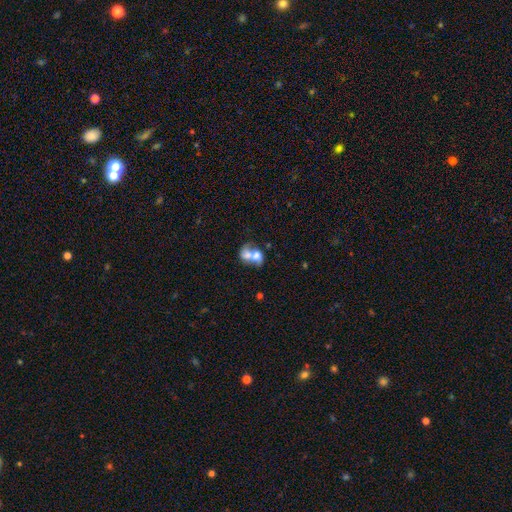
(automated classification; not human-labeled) This appears to be a smooth galaxy with no disk features (56%) that is in between round and cigar-shaped (60%). Merging: merger (79%).